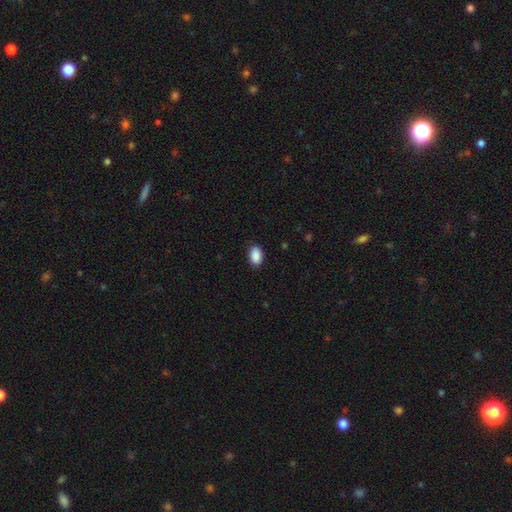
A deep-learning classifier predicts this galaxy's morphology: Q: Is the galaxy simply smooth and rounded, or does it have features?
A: smooth — 90%.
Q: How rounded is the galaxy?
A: in between — 89%.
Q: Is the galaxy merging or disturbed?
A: none — 87%.